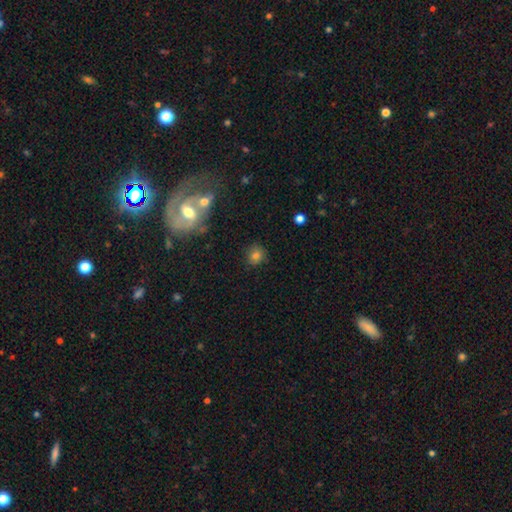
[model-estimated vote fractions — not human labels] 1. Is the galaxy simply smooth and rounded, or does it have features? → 77% smooth, 14% star or artifact, 9% featured or disk.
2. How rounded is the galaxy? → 81% round, 18% in between, 1% cigar-shaped.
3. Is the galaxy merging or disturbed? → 81% none, 12% minor disturbance, 3% major disturbance, 3% merger.